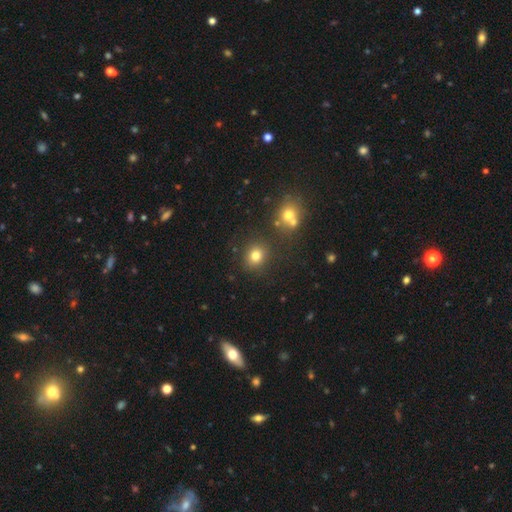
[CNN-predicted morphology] Smooth or featured?
  - smooth: 78% *
  - star or artifact: 15%
  - featured or disk: 7%
How rounded?
  - round: 76% *
  - in between: 23%
  - cigar-shaped: 1%
Merging?
  - none: 84% *
  - minor disturbance: 8%
  - merger: 5%
  - major disturbance: 3%